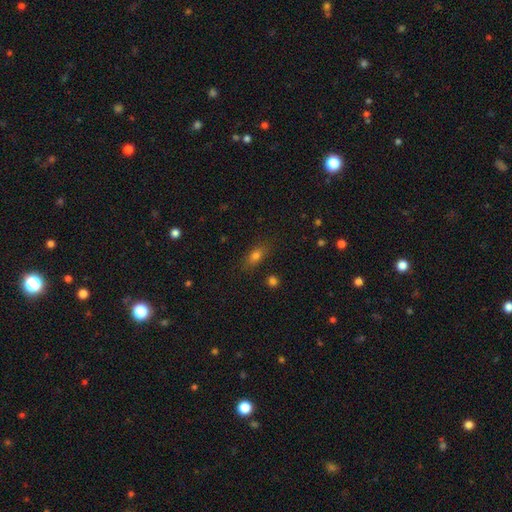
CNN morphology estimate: smooth 75%, star or artifact 13%, featured or disk 12%. Down the decision tree: how rounded — in between (73%); merging — none (80%).